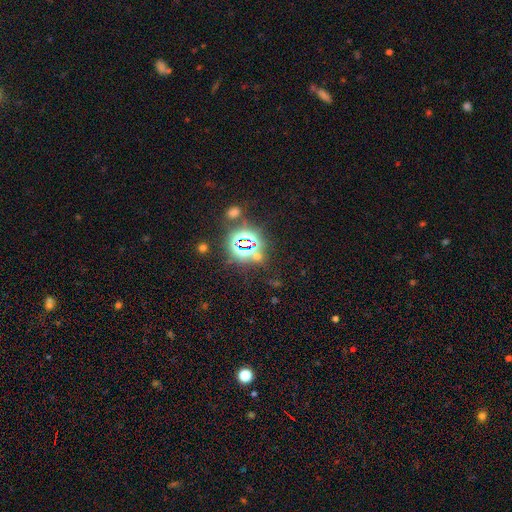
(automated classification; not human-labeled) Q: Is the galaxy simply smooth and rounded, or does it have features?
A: star or artifact — 75%.